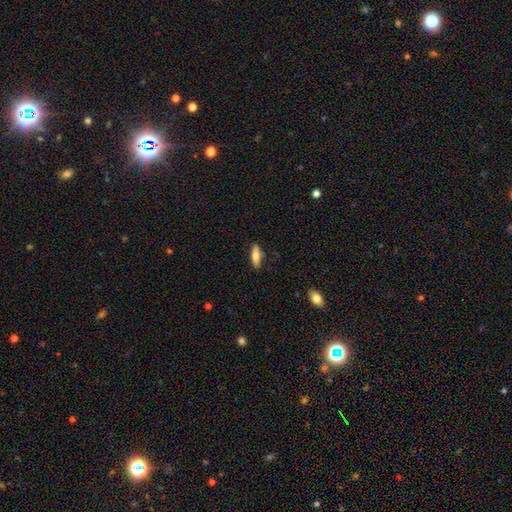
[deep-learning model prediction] smooth-or-featured: smooth: 61% | featured or disk: 33% | star or artifact: 6%
  how-rounded: cigar-shaped: 50% | in between: 48% | round: 3%
  merging: none: 86% | minor disturbance: 11% | major disturbance: 2% | merger: 1%